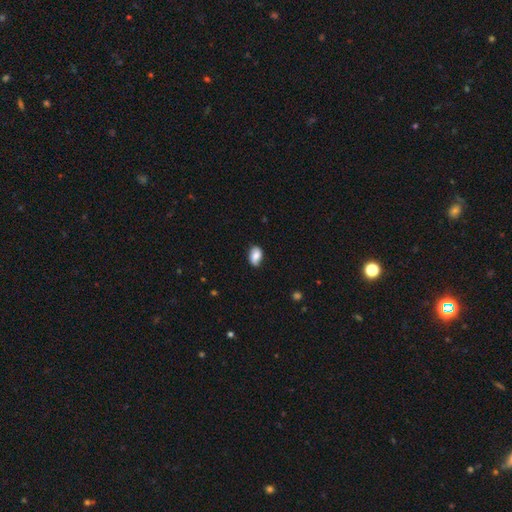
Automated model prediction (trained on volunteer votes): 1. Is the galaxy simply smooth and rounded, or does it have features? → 76% smooth, 17% featured or disk, 8% star or artifact.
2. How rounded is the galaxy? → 88% in between, 11% round, 2% cigar-shaped.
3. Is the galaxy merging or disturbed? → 77% none, 18% minor disturbance, 3% major disturbance, 1% merger.